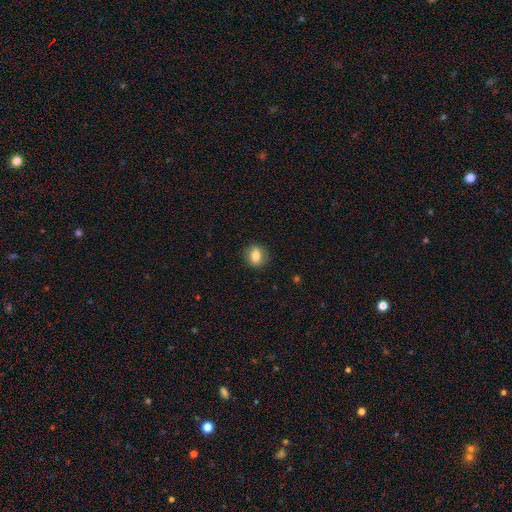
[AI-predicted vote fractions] Smooth or featured? Predicted: smooth (p=0.81). How rounded? Predicted: in between (p=0.53). Merging? Predicted: none (p=0.85).